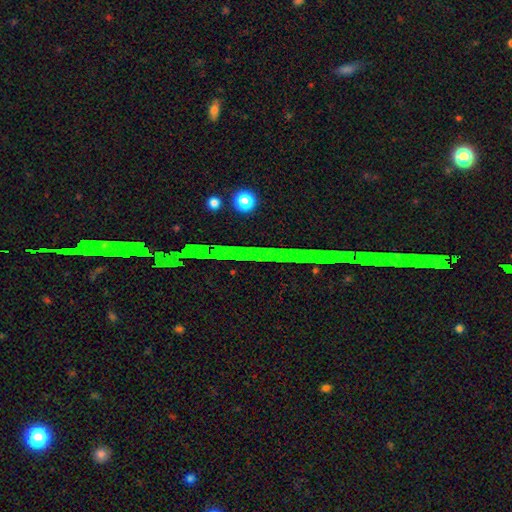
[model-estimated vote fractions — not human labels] Smooth or featured: star or artifact — 83% (featured or disk — 10%)